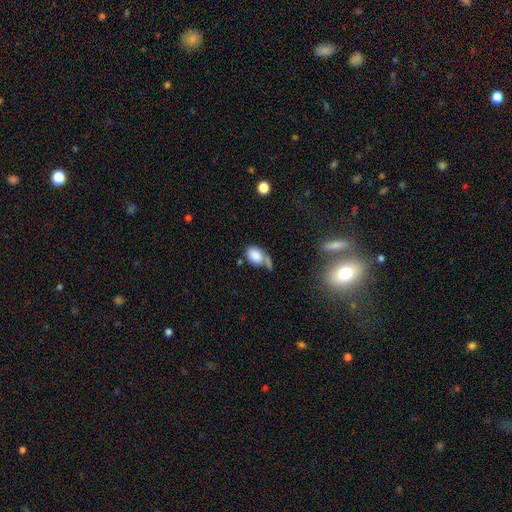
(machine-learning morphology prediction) smooth-or-featured: smooth: 81% | featured or disk: 11% | star or artifact: 8%
  how-rounded: in between: 82% | round: 16% | cigar-shaped: 2%
  merging: none: 37% | merger: 24% | minor disturbance: 22% | major disturbance: 17%